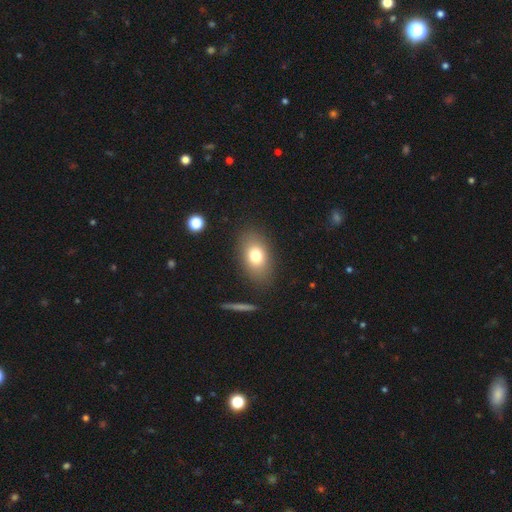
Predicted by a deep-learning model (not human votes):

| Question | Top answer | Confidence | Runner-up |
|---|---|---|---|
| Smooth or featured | smooth | 76% | featured or disk (14%) |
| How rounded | in between | 82% | round (17%) |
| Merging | none | 84% | minor disturbance (10%) |